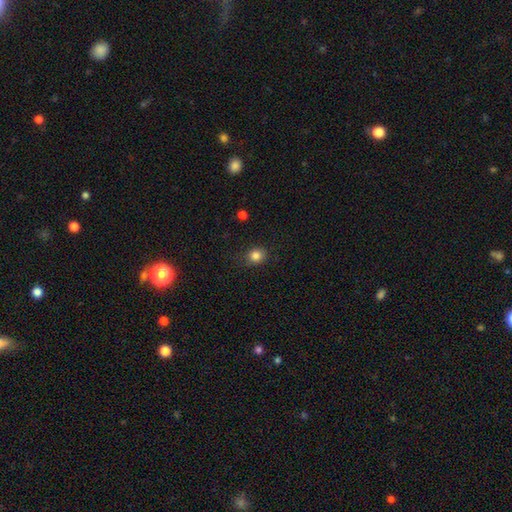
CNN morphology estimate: smooth 84%, star or artifact 12%, featured or disk 5%. Down the decision tree: how rounded — round (75%); merging — none (82%).